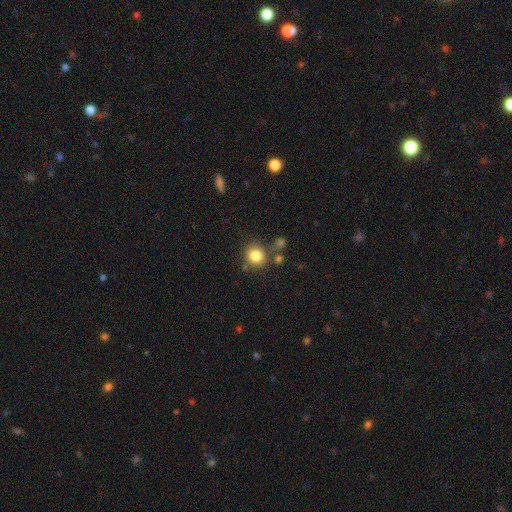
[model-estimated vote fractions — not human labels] Overall: smooth (83%). How rounded: round (86%). Merging: none (73%).